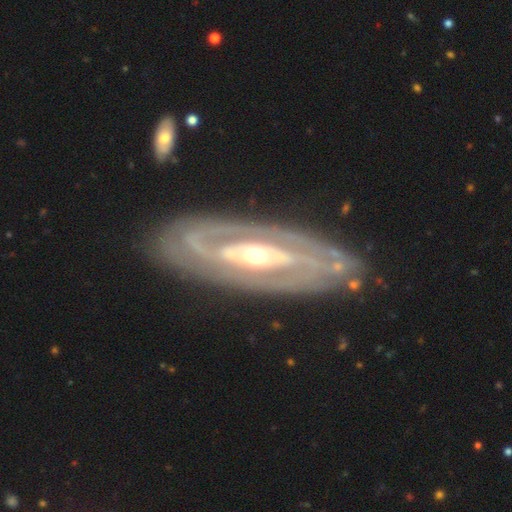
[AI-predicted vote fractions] Smooth or featured? featured or disk (88%)
Edge-on disk? no (87%)
Bar? no (41%)
Spiral arms? yes (79%)
Spiral winding? tight (63%)
Spiral arm count? 2 (59%)
Bulge size? moderate (62%)
Merging? none (82%)